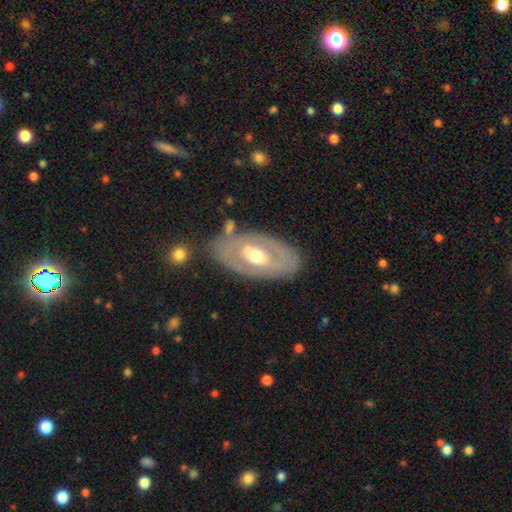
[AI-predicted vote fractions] A featured or disk galaxy (65%) with no bar (57%), no spiral arms (71%) and a moderate central bulge (73%).

Vote fractions:
- Smooth or featured? featured or disk: 65% / smooth: 30% / star or artifact: 5%
- Edge-on disk? no: 90% / yes: 10%
- Bar? no: 57% / weak: 28% / strong: 15%
- Spiral arms? no: 71% / yes: 29%
- Bulge size? moderate: 73% / small: 15% / large: 11% / dominant: 1% / none: 1%
- Merging? none: 72% / minor disturbance: 17% / major disturbance: 6% / merger: 5%